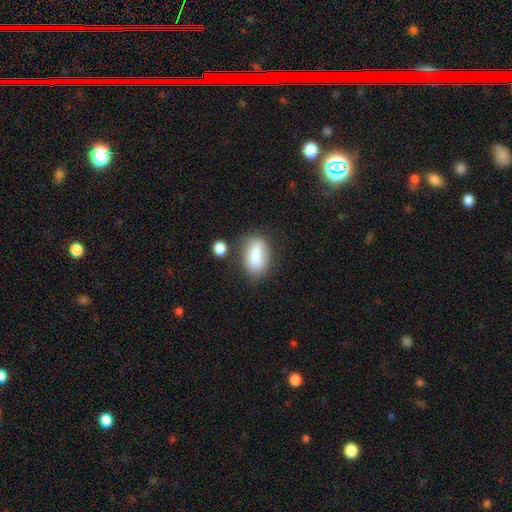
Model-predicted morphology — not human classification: smooth-or-featured: smooth: 80% | featured or disk: 12% | star or artifact: 8%
  how-rounded: in between: 86% | round: 8% | cigar-shaped: 7%
  merging: none: 66% | minor disturbance: 19% | merger: 9% | major disturbance: 6%